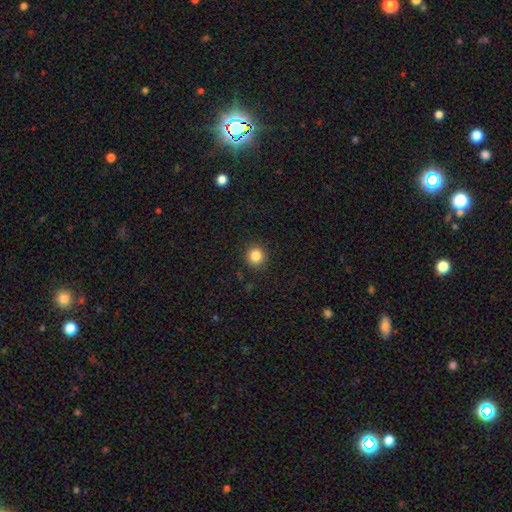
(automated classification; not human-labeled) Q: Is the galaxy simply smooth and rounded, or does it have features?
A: smooth — 84%.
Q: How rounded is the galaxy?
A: round — 93%.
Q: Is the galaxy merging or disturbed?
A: none — 91%.